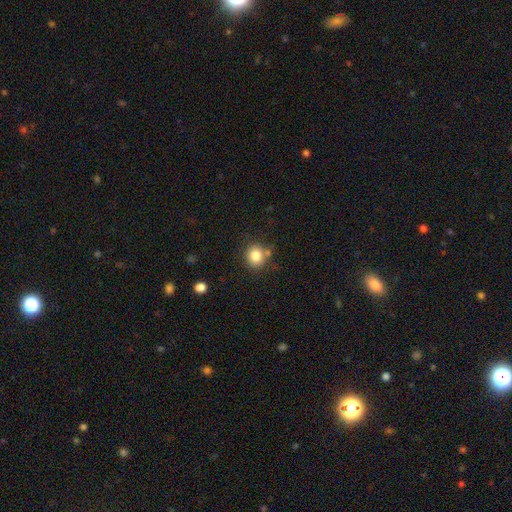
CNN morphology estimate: Overall: smooth (83%). How rounded: round (84%). Merging: none (75%).